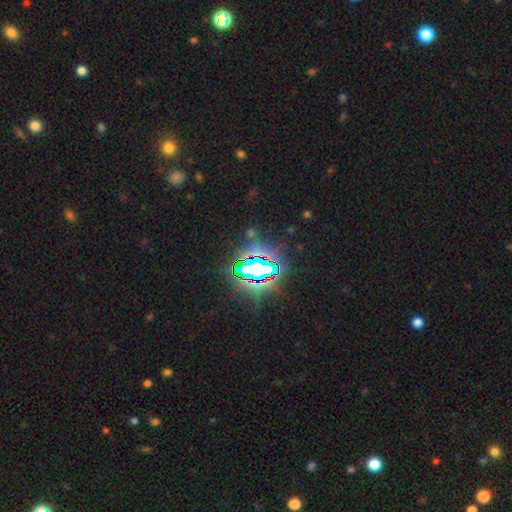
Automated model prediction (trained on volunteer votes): This appears to be a star or artifact, not a galaxy (85%).